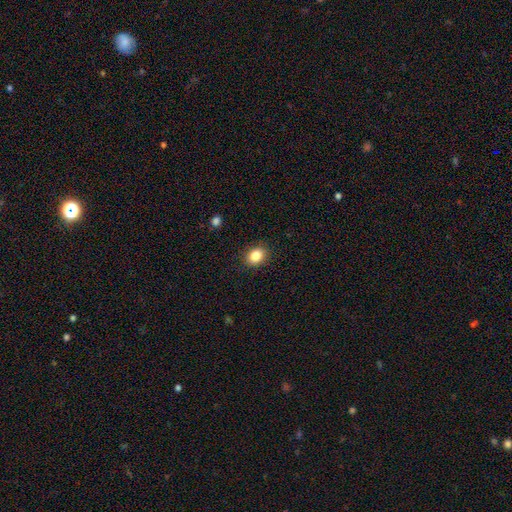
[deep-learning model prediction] smooth 85%, star or artifact 10%, featured or disk 5%. Down the decision tree: how rounded — in between (51%); merging — none (89%).